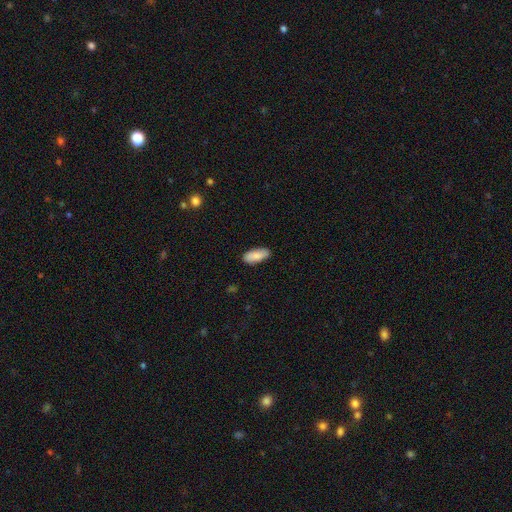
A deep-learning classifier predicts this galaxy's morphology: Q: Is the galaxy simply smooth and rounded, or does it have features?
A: smooth — 84%.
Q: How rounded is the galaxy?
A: in between — 85%.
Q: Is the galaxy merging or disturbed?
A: none — 86%.